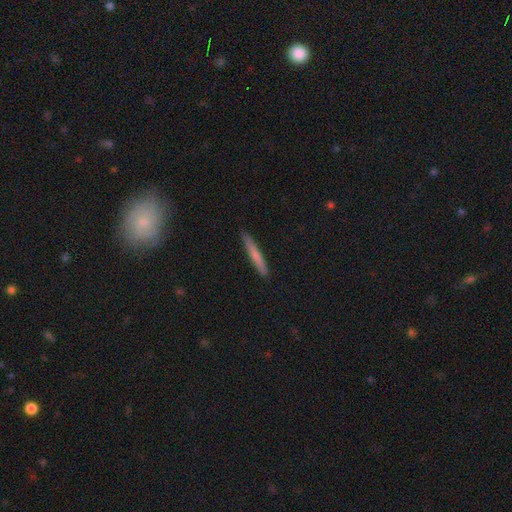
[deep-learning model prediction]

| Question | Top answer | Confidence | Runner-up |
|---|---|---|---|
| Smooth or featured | smooth | 69% | featured or disk (25%) |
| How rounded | cigar-shaped | 96% | in between (3%) |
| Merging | none | 88% | minor disturbance (9%) |